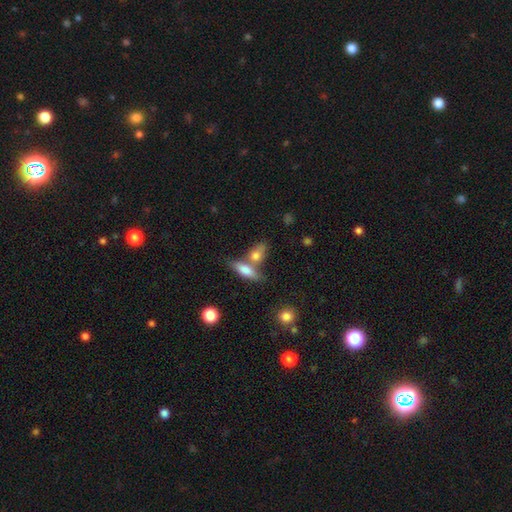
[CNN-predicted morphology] smooth_or_featured: smooth (p=0.73) [alt: featured or disk p=0.18]
how_rounded: in between (p=0.65) [alt: cigar-shaped p=0.21]
merging: merger (p=0.43) [alt: none p=0.42]